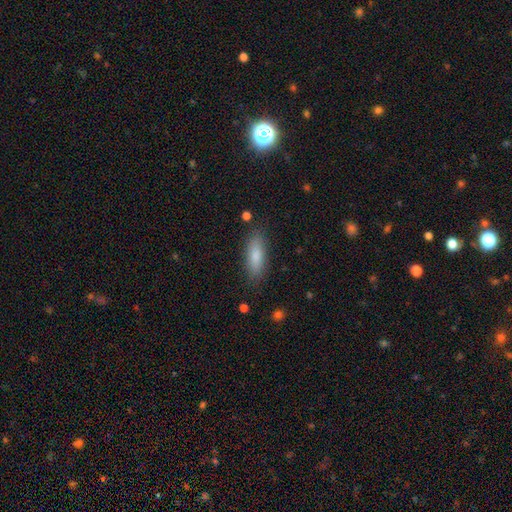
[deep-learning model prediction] Smooth or featured? smooth (82%)
How rounded? in between (59%)
Merging? none (85%)